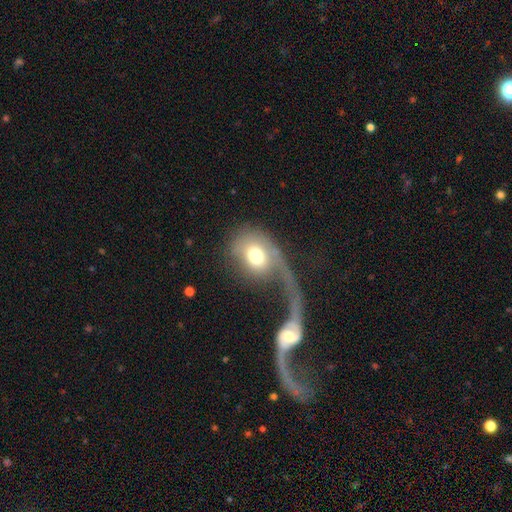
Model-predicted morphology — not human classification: Smooth or featured: smooth — 62% (featured or disk — 29%)
How rounded: round — 53% (in between — 46%)
Merging: major disturbance — 56% (none — 17%)